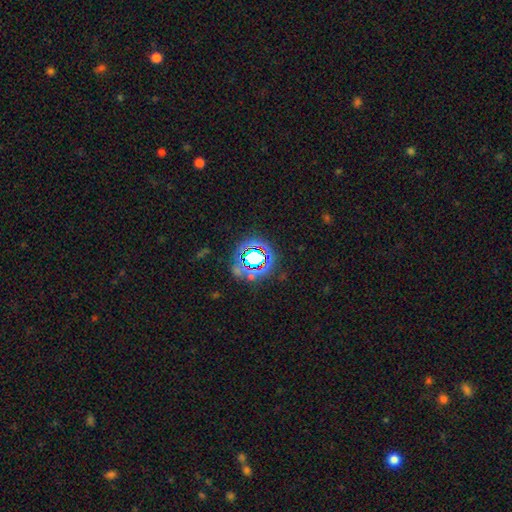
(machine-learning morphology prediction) type=star or artifact (58%).